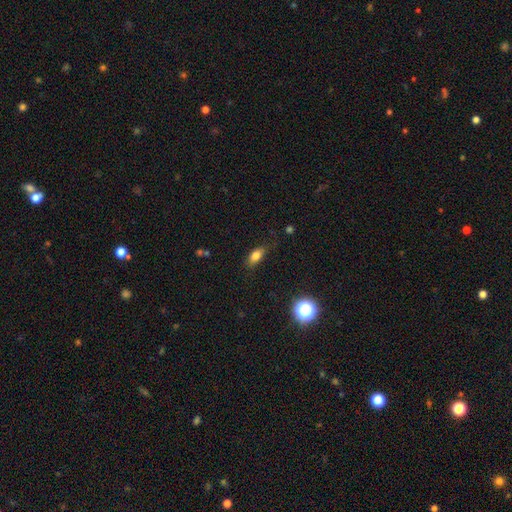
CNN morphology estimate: Smooth or featured? Predicted: smooth (p=0.77). How rounded? Predicted: in between (p=0.81). Merging? Predicted: none (p=0.74).